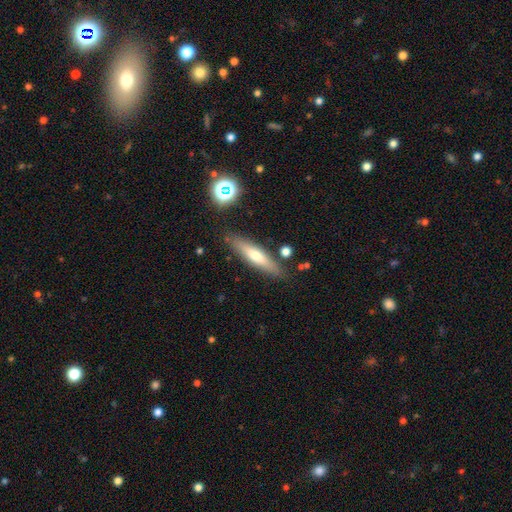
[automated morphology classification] type=smooth (55%); roundness=cigar-shaped (80%); merging=none (84%).